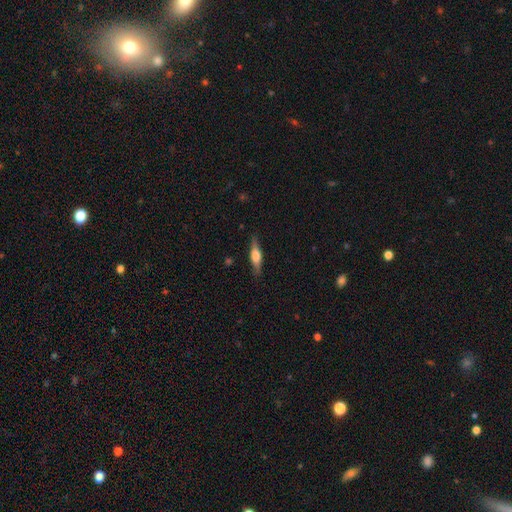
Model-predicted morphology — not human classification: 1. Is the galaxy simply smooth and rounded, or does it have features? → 52% featured or disk, 42% smooth, 6% star or artifact.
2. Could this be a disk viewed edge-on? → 94% yes, 6% no.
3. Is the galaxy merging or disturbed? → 84% none, 12% minor disturbance, 3% major disturbance, 1% merger.